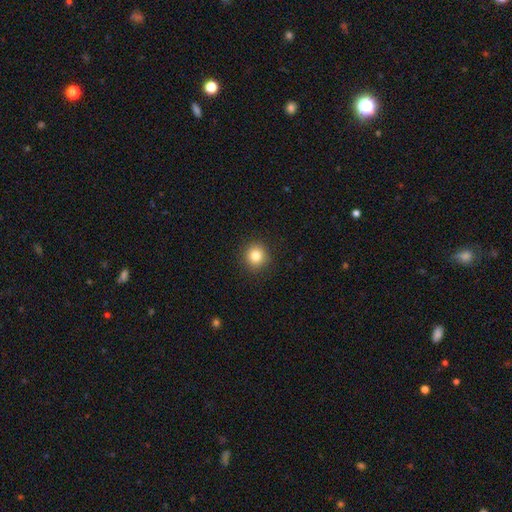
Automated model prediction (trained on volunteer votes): smooth-or-featured: smooth: 82% | star or artifact: 11% | featured or disk: 7%
  how-rounded: round: 93% | in between: 6% | cigar-shaped: 1%
  merging: none: 91% | minor disturbance: 6% | major disturbance: 2% | merger: 1%